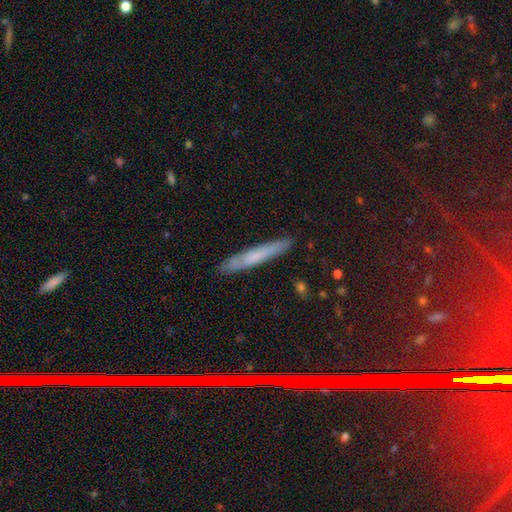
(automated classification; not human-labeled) Overall: smooth (57%; featured or disk 33%). How rounded: cigar-shaped (93%). Merging: none (88%).